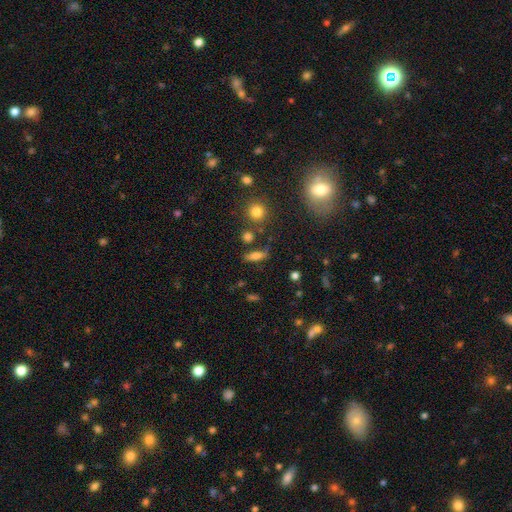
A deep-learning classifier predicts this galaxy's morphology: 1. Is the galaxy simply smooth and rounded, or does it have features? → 71% smooth, 16% featured or disk, 13% star or artifact.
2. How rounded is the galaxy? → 53% in between, 39% cigar-shaped, 7% round.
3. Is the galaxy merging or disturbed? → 70% none, 16% minor disturbance, 8% merger, 6% major disturbance.